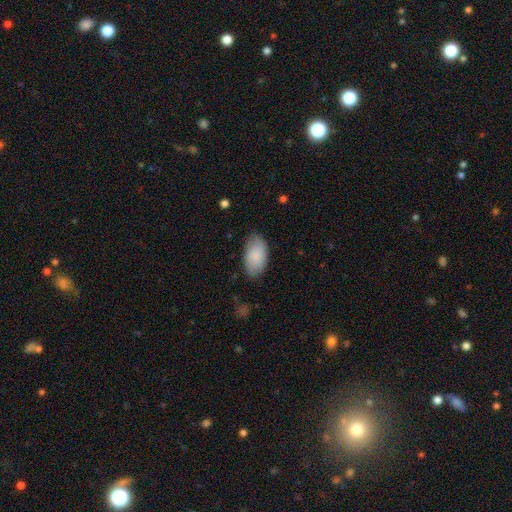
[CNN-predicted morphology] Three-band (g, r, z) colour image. It shows a smooth galaxy with no disk features (86%) that is in between round and cigar-shaped (95%). Merging: none (79%).